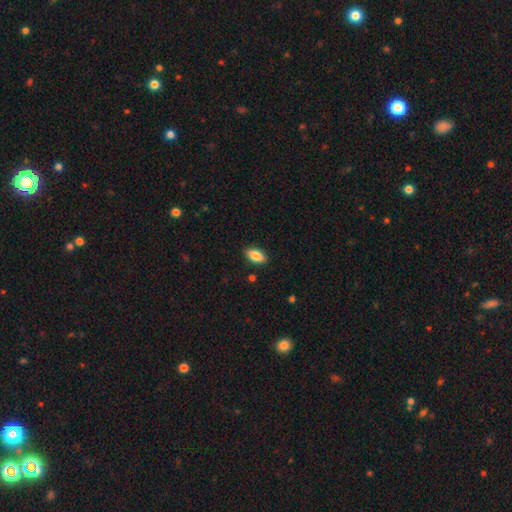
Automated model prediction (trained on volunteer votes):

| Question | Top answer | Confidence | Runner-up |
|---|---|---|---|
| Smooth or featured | smooth | 84% | featured or disk (8%) |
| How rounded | in between | 90% | cigar-shaped (6%) |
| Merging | none | 87% | minor disturbance (9%) |